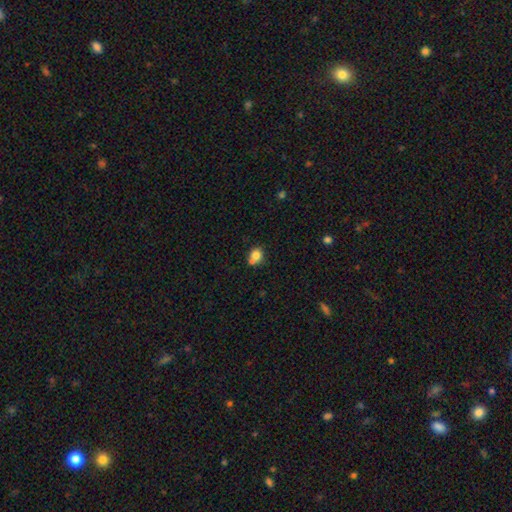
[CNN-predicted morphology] This is likely a smooth galaxy (79%). How rounded: clearly round (80%). Merging: possibly none (49%).